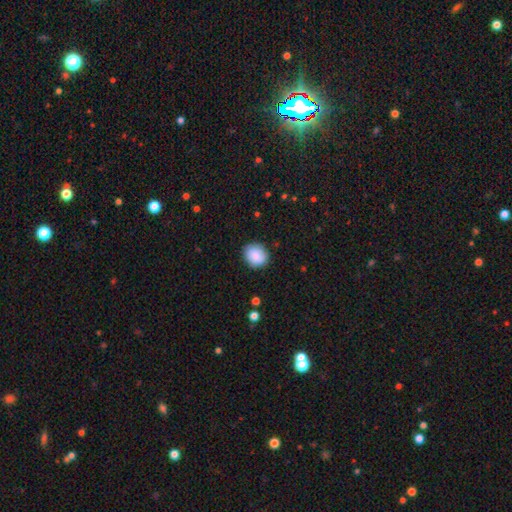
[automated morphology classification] This appears to be a smooth galaxy with no disk features (88%) that is round (71%). Merging: none (85%).